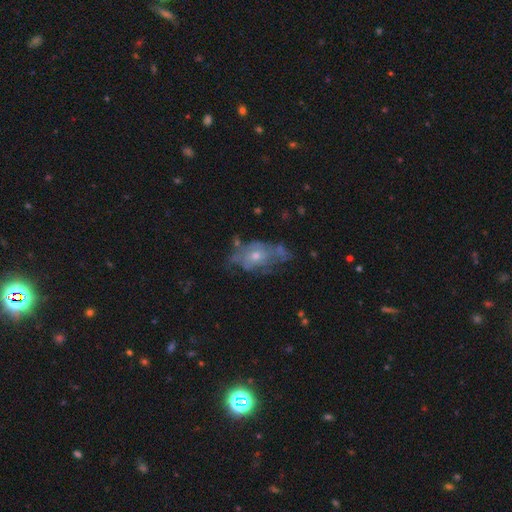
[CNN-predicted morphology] type=featured or disk (62%); edge-on=no (92%); bar=no (82%); spiral arms=no (51%); bulge=small (53%); merging=none (47%).